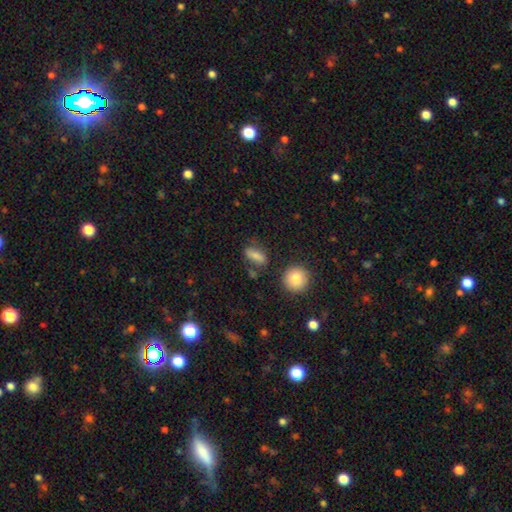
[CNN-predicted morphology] smooth 77%, featured or disk 13%, star or artifact 10%. Down the decision tree: how rounded — in between (77%); merging — none (72%).